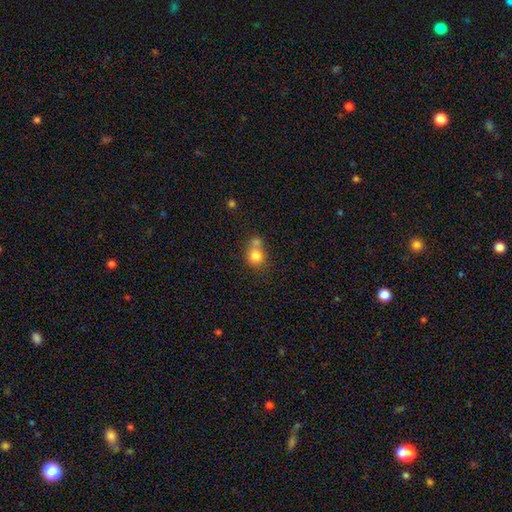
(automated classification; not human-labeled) Smooth or featured? Predicted: smooth (p=0.79). How rounded? Predicted: round (p=0.74). Merging? Predicted: merger (p=0.44).